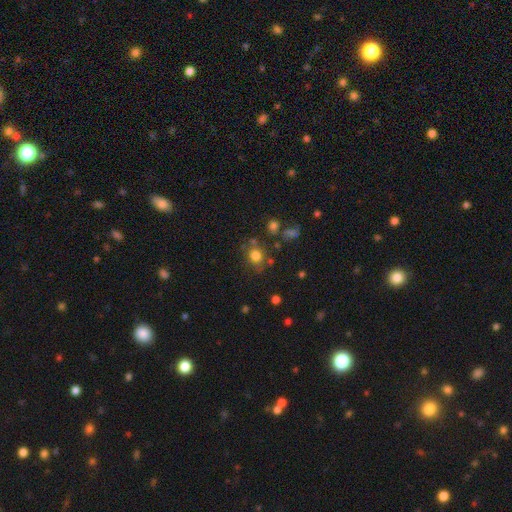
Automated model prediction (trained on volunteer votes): Smooth or featured: smooth — 77% (star or artifact — 15%)
How rounded: round — 74% (in between — 25%)
Merging: none — 69% (minor disturbance — 15%)